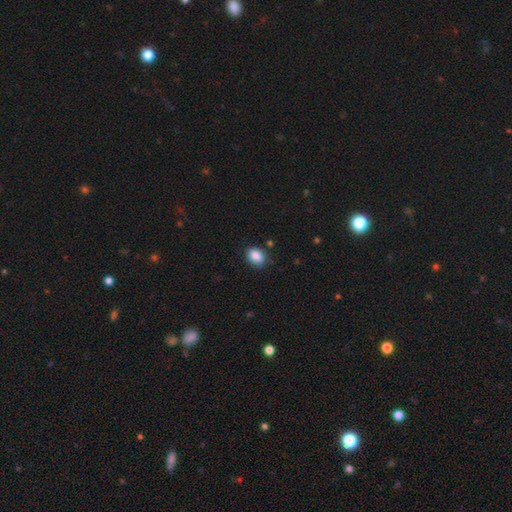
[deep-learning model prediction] smooth-or-featured: smooth: 87% | star or artifact: 8% | featured or disk: 4%
  how-rounded: in between: 65% | round: 34% | cigar-shaped: 1%
  merging: none: 80% | minor disturbance: 15% | major disturbance: 3% | merger: 2%